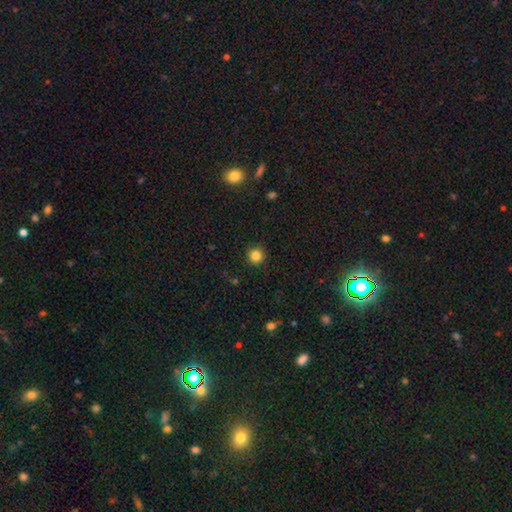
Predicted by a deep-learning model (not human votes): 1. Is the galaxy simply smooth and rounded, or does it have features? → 83% smooth, 12% star or artifact, 4% featured or disk.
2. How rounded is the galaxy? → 95% round, 4% in between, 1% cigar-shaped.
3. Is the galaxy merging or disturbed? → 92% none, 6% minor disturbance, 2% major disturbance, 1% merger.